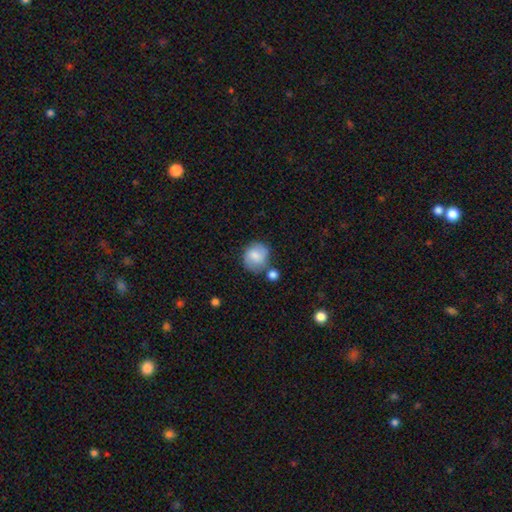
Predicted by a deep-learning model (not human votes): The model was most divided on "merging": none: 60%, minor disturbance: 19%, merger: 15%, major disturbance: 6%. More confident: how rounded — round (80%); smooth or featured — smooth (71%).